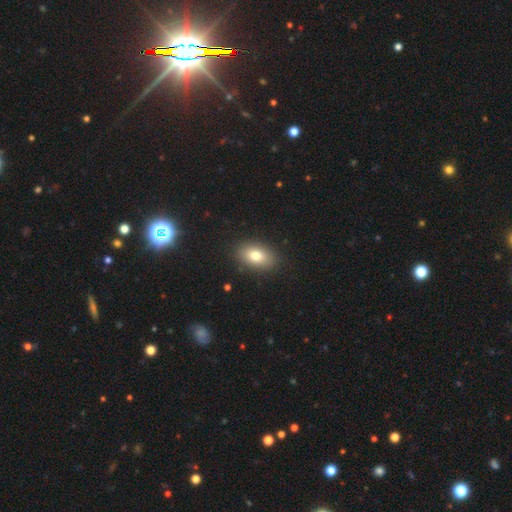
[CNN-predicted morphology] Smooth or featured?
  - smooth: 78% *
  - featured or disk: 14%
  - star or artifact: 9%
How rounded?
  - in between: 87% *
  - round: 11%
  - cigar-shaped: 2%
Merging?
  - none: 88% *
  - minor disturbance: 8%
  - major disturbance: 2%
  - merger: 1%